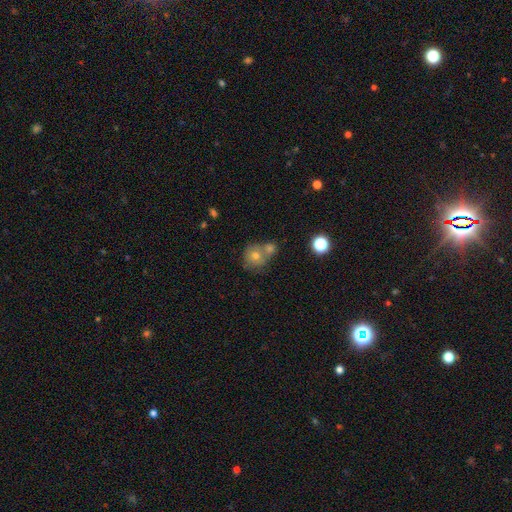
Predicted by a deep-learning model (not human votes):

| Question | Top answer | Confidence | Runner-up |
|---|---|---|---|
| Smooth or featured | smooth | 63% | featured or disk (21%) |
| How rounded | round | 84% | in between (15%) |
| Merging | none | 45% | merger (42%) |